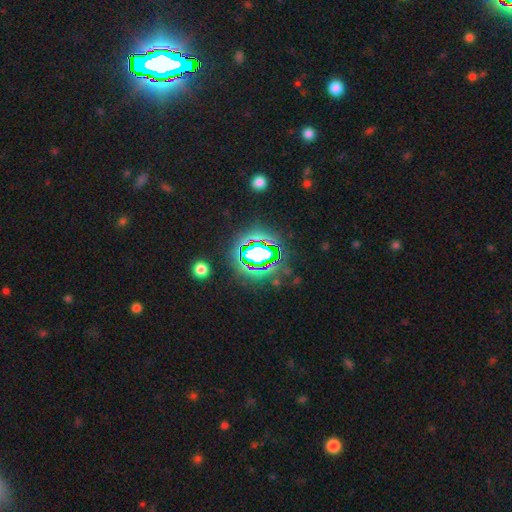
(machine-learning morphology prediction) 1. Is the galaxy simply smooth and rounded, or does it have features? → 82% star or artifact, 10% smooth, 7% featured or disk.